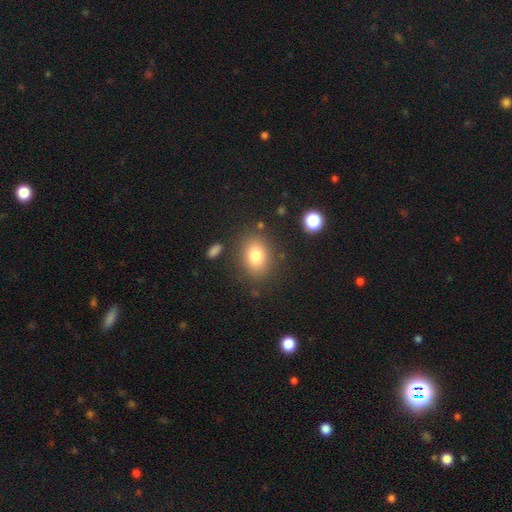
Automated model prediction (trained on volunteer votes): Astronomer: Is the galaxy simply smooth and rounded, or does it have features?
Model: smooth — 80%.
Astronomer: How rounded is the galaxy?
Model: in between — 65%.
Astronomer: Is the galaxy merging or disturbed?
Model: none — 83%.